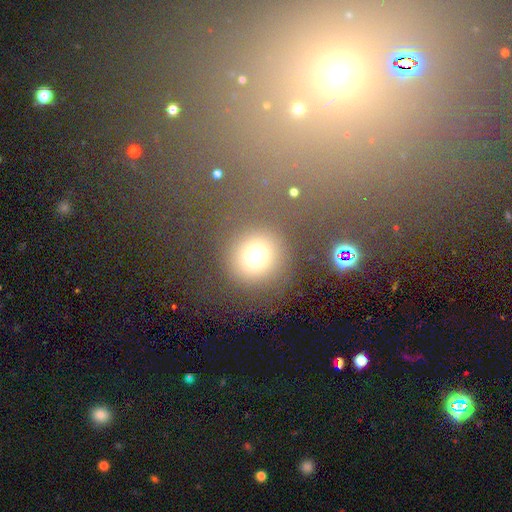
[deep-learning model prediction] This is likely a smooth galaxy (71%). How rounded: clearly round (90%). Merging: clearly none (80%).